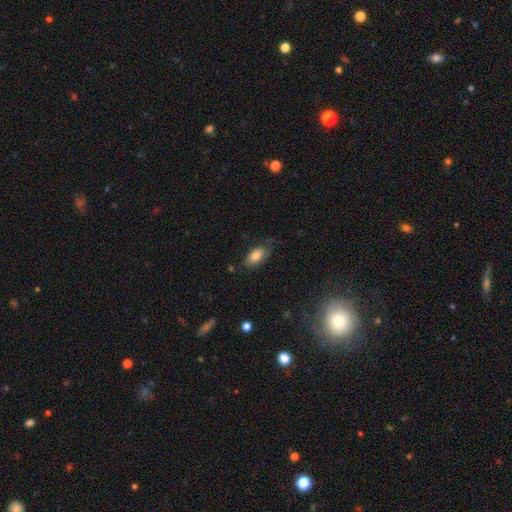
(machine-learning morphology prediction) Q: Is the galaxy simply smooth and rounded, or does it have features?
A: smooth — 79%.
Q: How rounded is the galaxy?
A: in between — 91%.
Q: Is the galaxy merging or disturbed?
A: none — 69%.